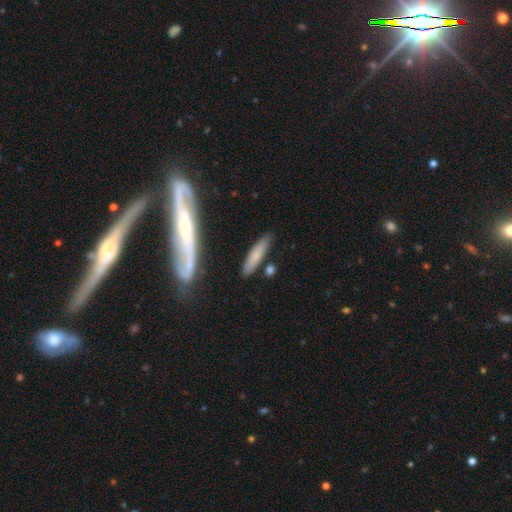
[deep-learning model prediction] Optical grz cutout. It shows a smooth galaxy with no disk features (72%) that is cigar-shaped (76%). Merging: none (79%).